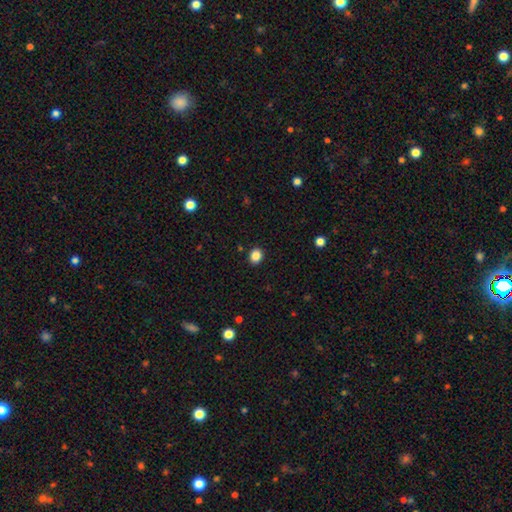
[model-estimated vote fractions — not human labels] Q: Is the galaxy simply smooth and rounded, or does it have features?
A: smooth — 86%.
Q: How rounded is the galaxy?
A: round — 61%.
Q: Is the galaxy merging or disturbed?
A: none — 91%.